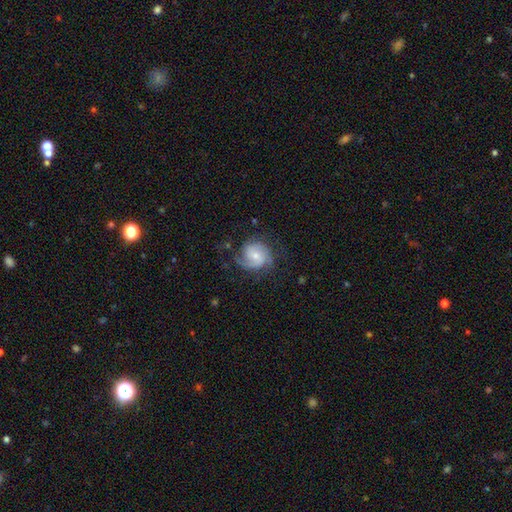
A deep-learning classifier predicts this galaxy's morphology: This is likely a featured or disk galaxy (77%). It is clearly not viewed edge-on (98%). Bar: possibly no (58%). Spiral arm pattern: clearly yes (95%). Spiral arm count: marginally 2 (42%). Spiral winding: marginally medium (42%). Central bulge: possibly small (52%). Merging: likely none (64%).